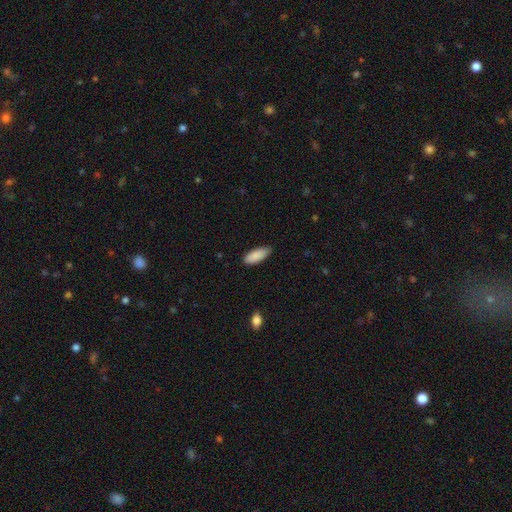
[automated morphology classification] Overall: smooth (89%). How rounded: in between (79%). Merging: none (80%).